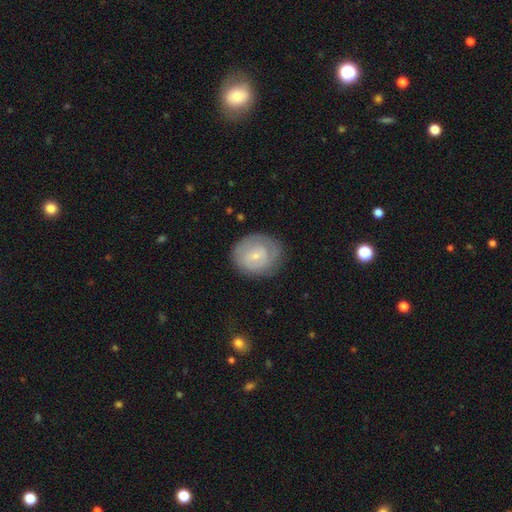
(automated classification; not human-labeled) A featured or disk galaxy (50%).

Vote fractions:
- Smooth or featured? featured or disk: 50% / smooth: 43% / star or artifact: 7%
- Edge-on disk? no: 97% / yes: 3%
- Merging? none: 71% / minor disturbance: 20% / major disturbance: 8% / merger: 1%